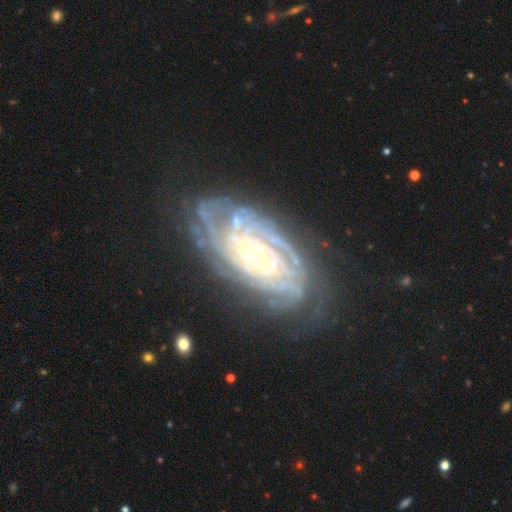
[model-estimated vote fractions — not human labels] Smooth or featured? Predicted: featured or disk (p=0.89). Edge-on disk? Predicted: no (p=0.94). Bar? Predicted: no (p=0.58). Spiral arms? Predicted: yes (p=0.96). Spiral winding? Predicted: tight (p=0.80). Spiral arm count? Predicted: can't tell (p=0.34). Bulge size? Predicted: moderate (p=0.65). Merging? Predicted: none (p=0.72).